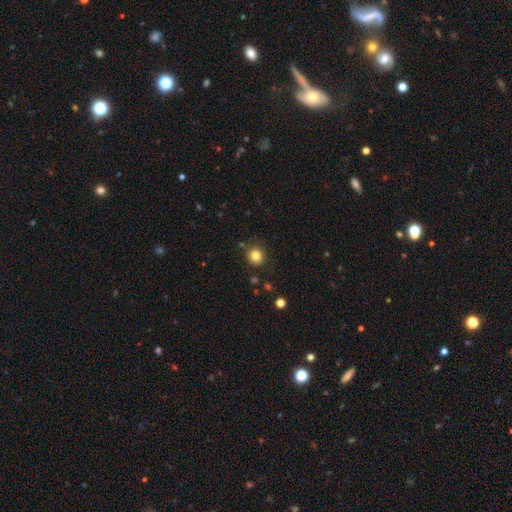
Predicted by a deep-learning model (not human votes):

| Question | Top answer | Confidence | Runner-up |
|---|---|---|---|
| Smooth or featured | smooth | 83% | star or artifact (12%) |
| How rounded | round | 90% | in between (9%) |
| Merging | none | 87% | minor disturbance (8%) |